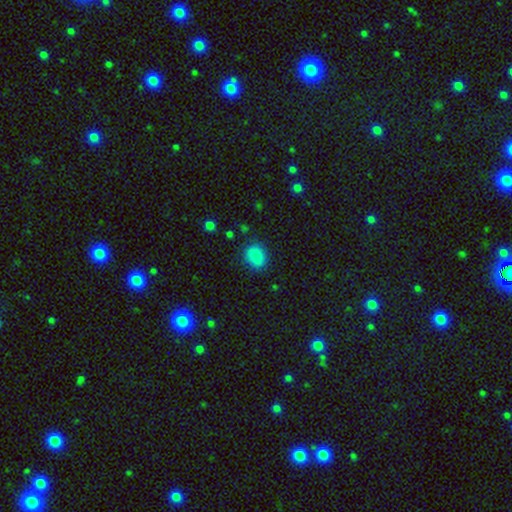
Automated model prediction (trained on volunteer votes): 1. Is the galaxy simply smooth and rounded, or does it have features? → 87% smooth, 10% star or artifact, 4% featured or disk.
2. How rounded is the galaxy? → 55% round, 44% in between, 1% cigar-shaped.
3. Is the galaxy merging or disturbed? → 84% none, 12% minor disturbance, 3% major disturbance, 1% merger.